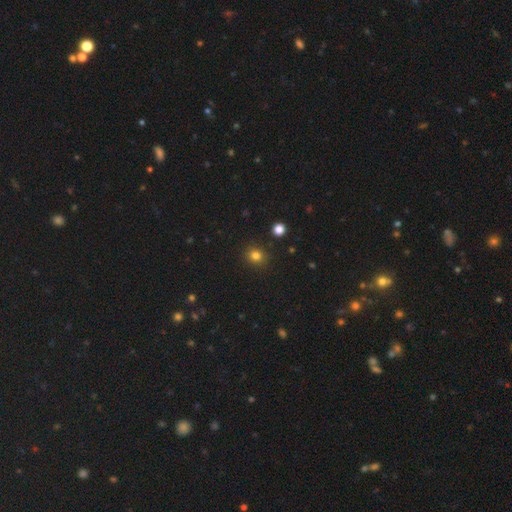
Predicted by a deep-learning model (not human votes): A smooth galaxy with no disk features (81%) that is round (82%). Merging: none (90%).